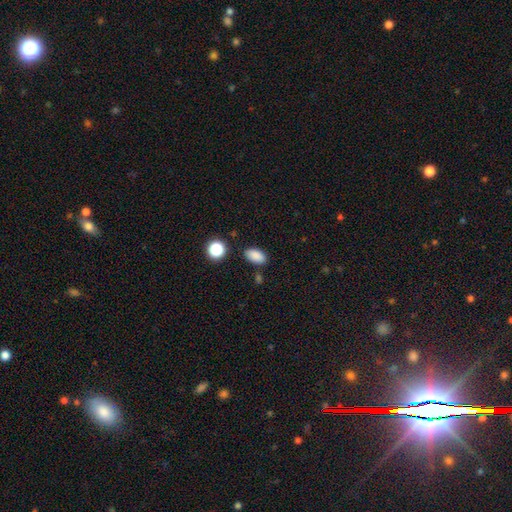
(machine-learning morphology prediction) Overall: smooth (86%). How rounded: in between (91%). Merging: none (84%).